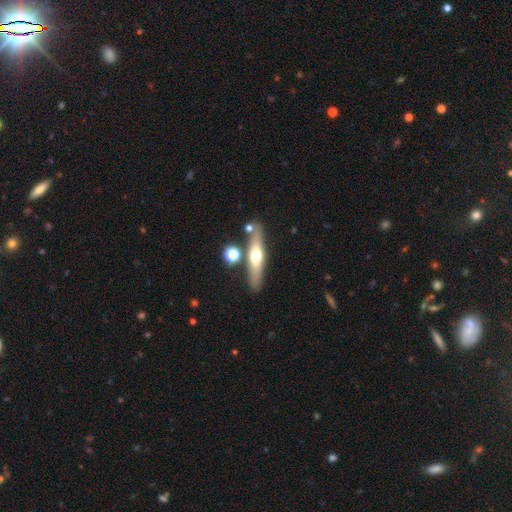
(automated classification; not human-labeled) Smooth or featured?
  - featured or disk: 55% *
  - smooth: 38%
  - star or artifact: 7%
Edge-on disk?
  - yes: 89% *
  - no: 11%
Merging?
  - none: 79% *
  - minor disturbance: 10%
  - merger: 8%
  - major disturbance: 3%